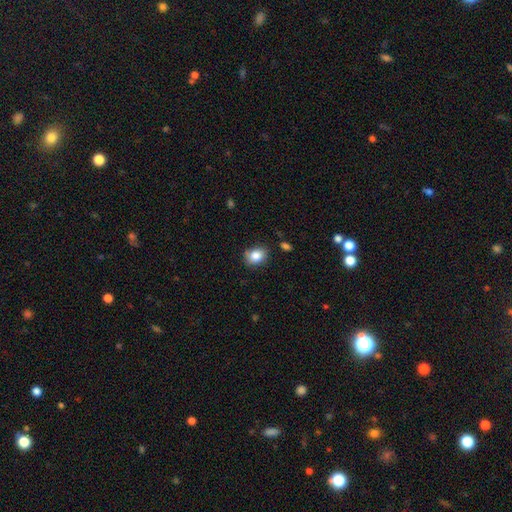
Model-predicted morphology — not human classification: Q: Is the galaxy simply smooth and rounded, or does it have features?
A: smooth — 85%.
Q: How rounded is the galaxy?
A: in between — 56%.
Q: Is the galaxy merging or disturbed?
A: none — 78%.